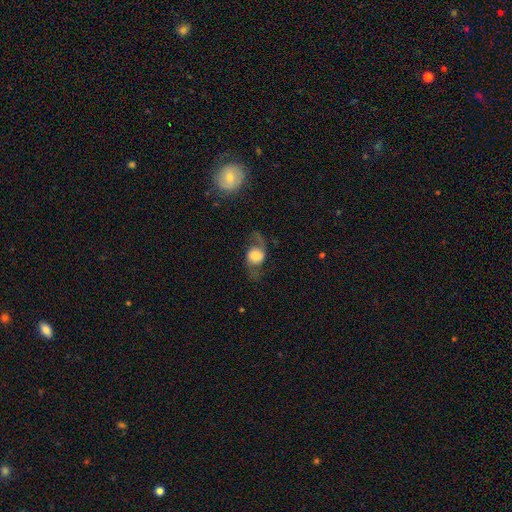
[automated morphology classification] smooth-or-featured: featured or disk: 59% | smooth: 32% | star or artifact: 8%
  disk-edge-on: no: 92% | yes: 8%
    bar: no: 63% | weak: 28% | strong: 9%
    has-spiral-arms: yes: 87% | no: 13%
    bulge-size: large: 39% | moderate: 22% | dominant: 21% | small: 13% | none: 6%
  merging: none: 58% | major disturbance: 20% | minor disturbance: 19% | merger: 3%